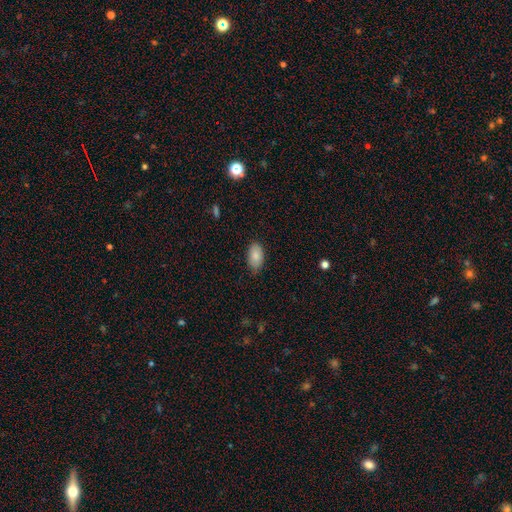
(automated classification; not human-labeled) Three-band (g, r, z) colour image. It shows a smooth galaxy with no disk features (86%) that is in between round and cigar-shaped (94%). Merging: none (79%).